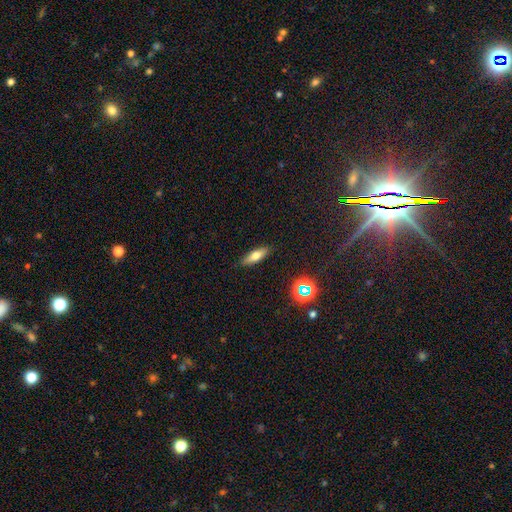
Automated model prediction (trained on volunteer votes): Overall: smooth (61%; featured or disk 29%). How rounded: cigar-shaped (55%; in between 42%). Merging: none (89%).